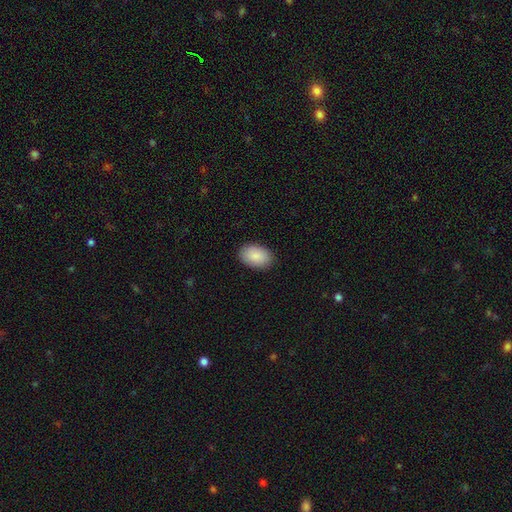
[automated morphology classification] smooth_or_featured: smooth (p=0.89) [alt: star or artifact p=0.06]
how_rounded: in between (p=0.89) [alt: round p=0.10]
merging: none (p=0.88) [alt: minor disturbance p=0.09]